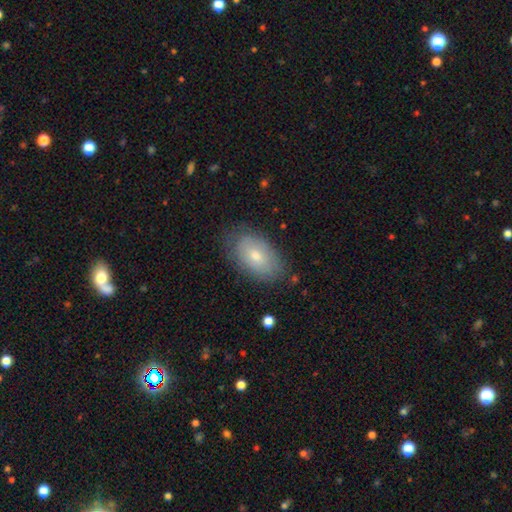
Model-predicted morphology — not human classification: A smooth galaxy with no disk features (69%) that is in between round and cigar-shaped (93%). Merging: none (76%).